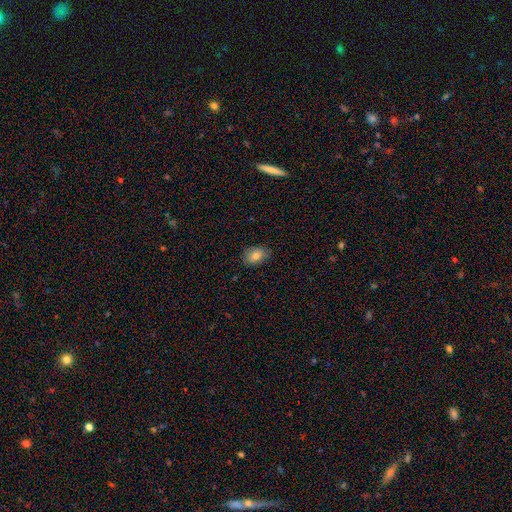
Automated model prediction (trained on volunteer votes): This is likely a smooth galaxy (79%). How rounded: clearly in between (83%). Merging: clearly none (82%).